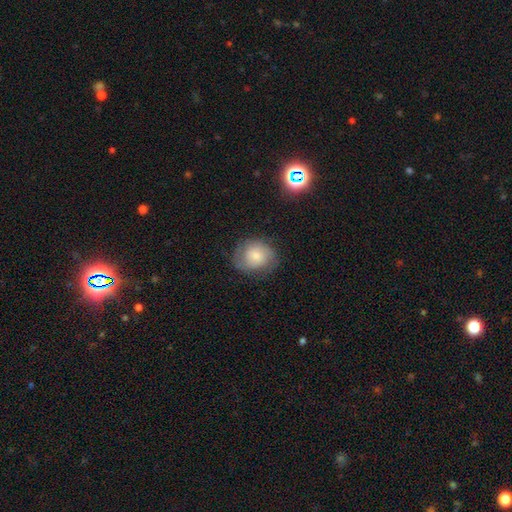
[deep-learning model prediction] Smooth or featured? smooth (59%)
How rounded? round (68%)
Merging? none (69%)